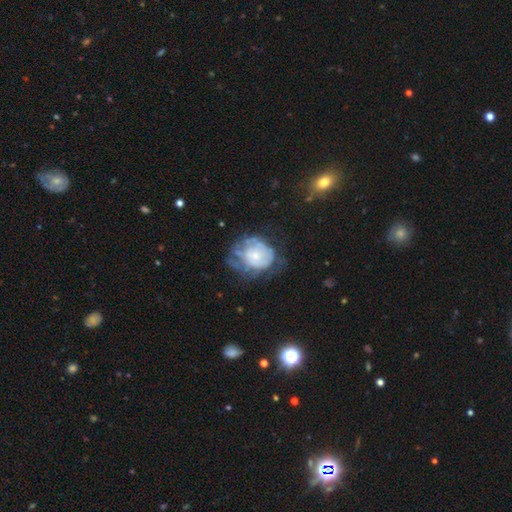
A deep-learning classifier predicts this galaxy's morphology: type=featured or disk (56%); edge-on=no (97%); bar=no (86%); spiral arms=no (58%); bulge=small (64%); merging=none (39%).